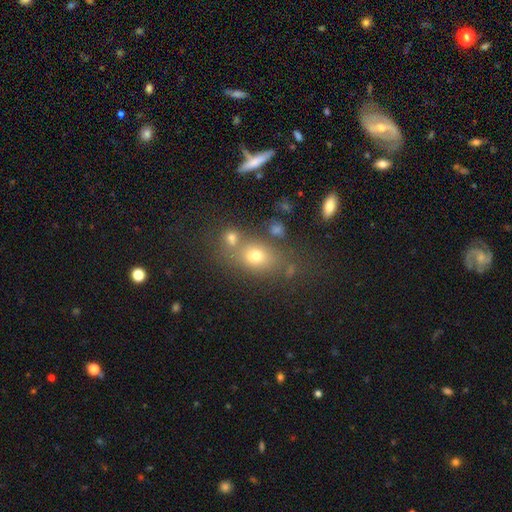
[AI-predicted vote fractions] Overall: smooth (67%). How rounded: in between (61%; round 36%). Merging: none (57%; merger 23%).